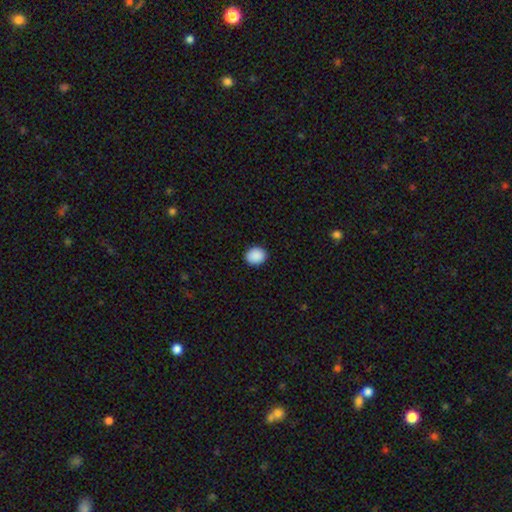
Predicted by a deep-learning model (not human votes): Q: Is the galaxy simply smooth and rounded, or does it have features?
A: smooth — 90%.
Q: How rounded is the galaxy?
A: round — 70%.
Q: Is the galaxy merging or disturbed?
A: none — 91%.